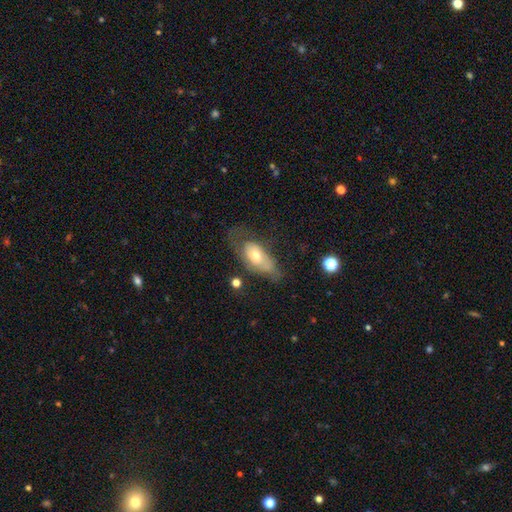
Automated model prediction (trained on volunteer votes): smooth-or-featured: smooth: 52% | featured or disk: 40% | star or artifact: 8%
  how-rounded: in between: 86% | cigar-shaped: 9% | round: 5%
  merging: none: 38% | major disturbance: 30% | minor disturbance: 29% | merger: 3%